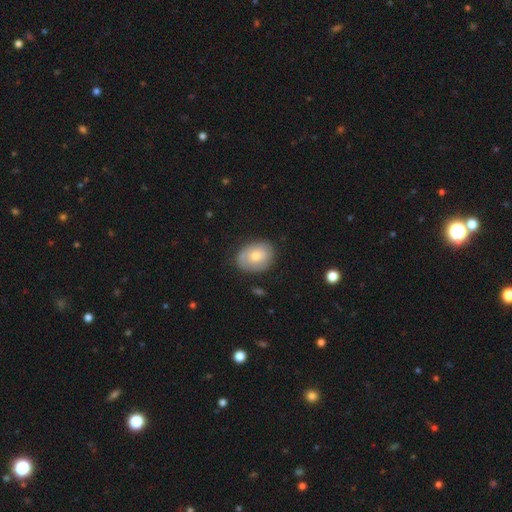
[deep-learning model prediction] This appears to be a smooth galaxy with no disk features (54%) that is in between round and cigar-shaped (67%). Merging: none (79%).